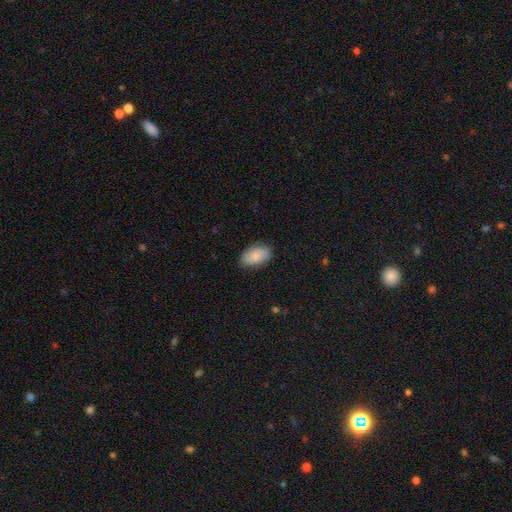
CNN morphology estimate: This is likely a smooth galaxy (76%). How rounded: clearly in between (93%). Merging: clearly none (83%).